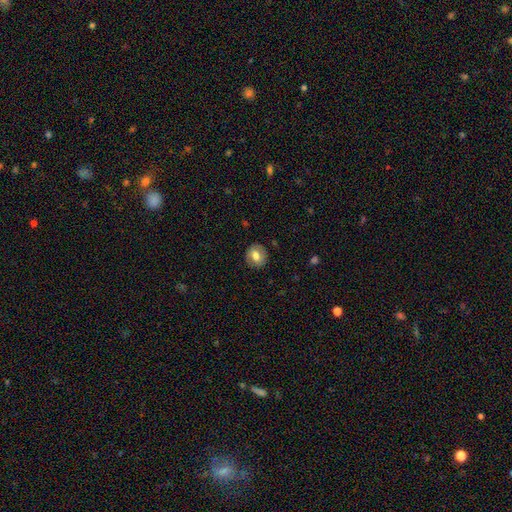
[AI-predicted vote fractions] Smooth or featured?
  - smooth: 69% *
  - featured or disk: 23%
  - star or artifact: 8%
How rounded?
  - round: 76% *
  - in between: 23%
  - cigar-shaped: 1%
Merging?
  - none: 85% *
  - minor disturbance: 11%
  - major disturbance: 3%
  - merger: 1%